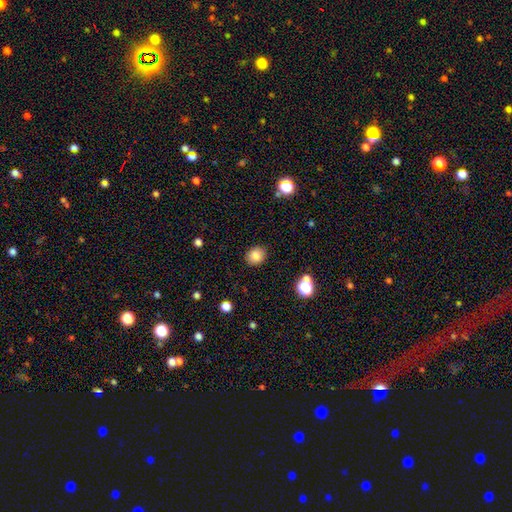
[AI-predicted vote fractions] Smooth or featured: smooth — 83% (star or artifact — 11%)
How rounded: round — 65% (in between — 34%)
Merging: none — 88% (minor disturbance — 8%)